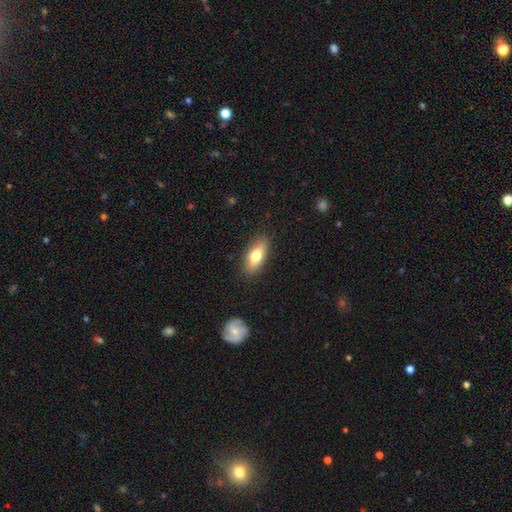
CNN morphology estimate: A smooth galaxy with no disk features (70%) that is in between round and cigar-shaped (75%).

Vote fractions:
- Smooth or featured? smooth: 70% / featured or disk: 23% / star or artifact: 7%
- How rounded? in between: 75% / cigar-shaped: 22% / round: 3%
- Merging? none: 86% / minor disturbance: 10% / major disturbance: 2% / merger: 1%